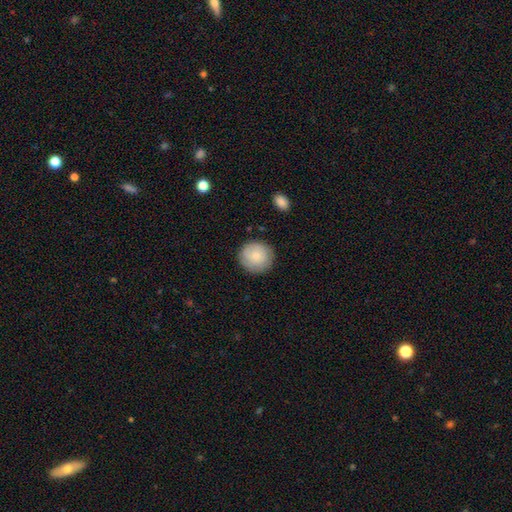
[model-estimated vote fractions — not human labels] smooth-or-featured: smooth: 80% | featured or disk: 14% | star or artifact: 6%
  how-rounded: round: 93% | in between: 6% | cigar-shaped: 1%
  merging: none: 86% | minor disturbance: 10% | major disturbance: 3% | merger: 1%